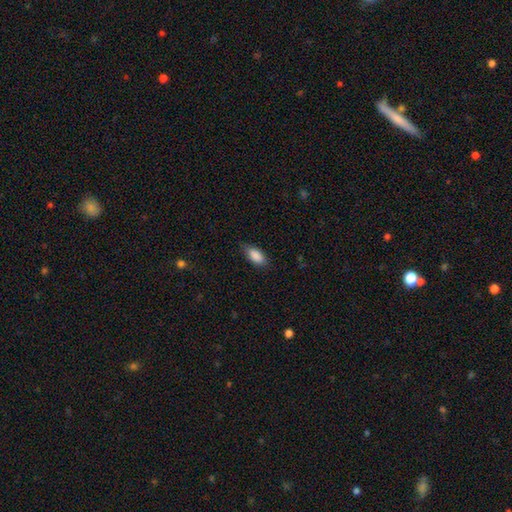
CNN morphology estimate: smooth-or-featured: smooth: 89% | star or artifact: 7% | featured or disk: 5%
  how-rounded: in between: 90% | cigar-shaped: 7% | round: 3%
  merging: none: 80% | minor disturbance: 16% | major disturbance: 3% | merger: 1%